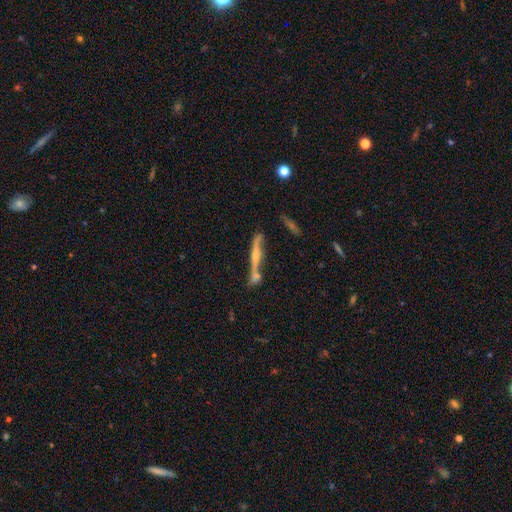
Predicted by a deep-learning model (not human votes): Smooth or featured? Predicted: featured or disk (p=0.70). Edge-on disk? Predicted: yes (p=0.92). Edge-on bulge? Predicted: rounded (p=0.74). Merging? Predicted: none (p=0.58).